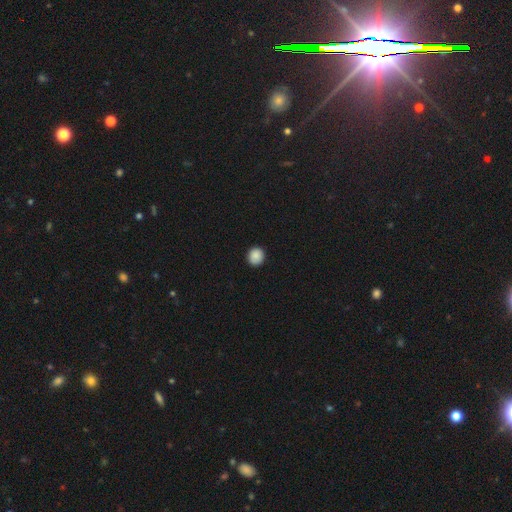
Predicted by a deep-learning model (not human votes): smooth 88%, star or artifact 9%, featured or disk 4%. Down the decision tree: how rounded — round (89%); merging — none (90%).